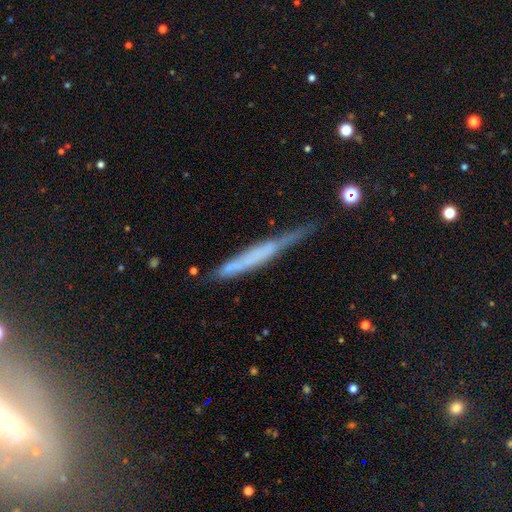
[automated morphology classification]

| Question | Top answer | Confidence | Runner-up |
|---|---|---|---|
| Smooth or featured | featured or disk | 49% | smooth (43%) |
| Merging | none | 54% | minor disturbance (31%) |